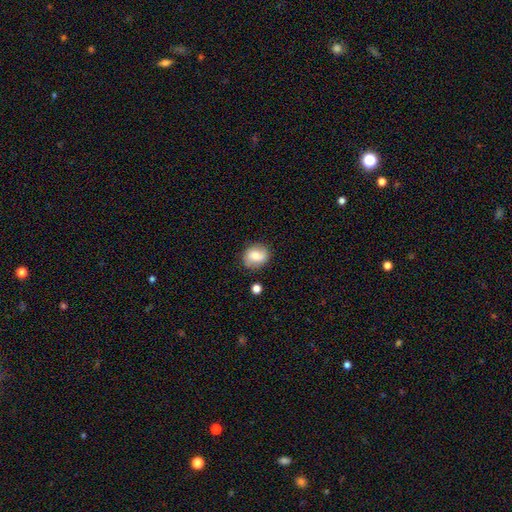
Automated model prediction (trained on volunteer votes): Smooth or featured? Predicted: smooth (p=0.70). How rounded? Predicted: round (p=0.71). Merging? Predicted: none (p=0.79).